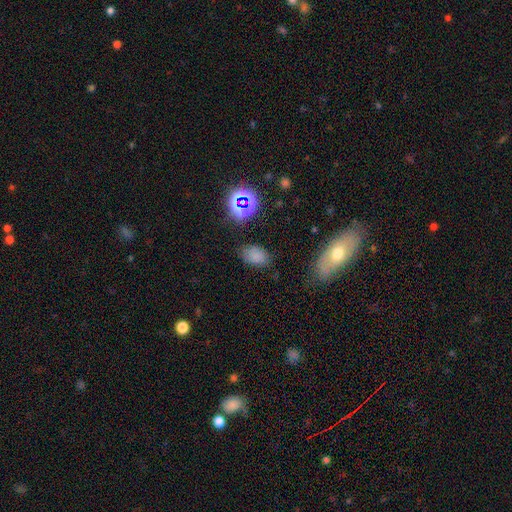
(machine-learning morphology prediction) This is likely a smooth galaxy (71%). How rounded: clearly in between (84%). Merging: likely none (75%).